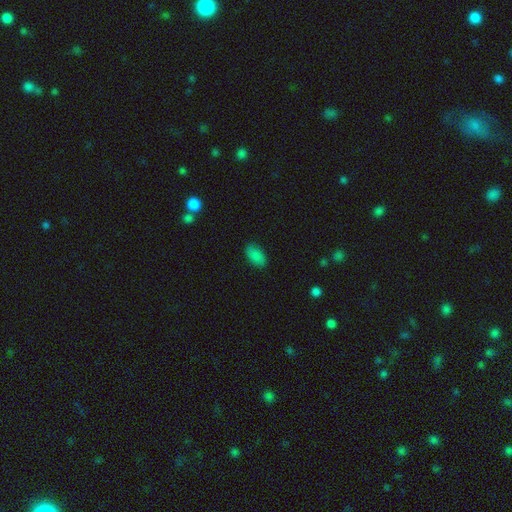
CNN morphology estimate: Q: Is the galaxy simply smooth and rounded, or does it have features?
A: smooth — 85%.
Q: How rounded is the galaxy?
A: in between — 93%.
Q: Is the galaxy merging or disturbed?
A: none — 81%.